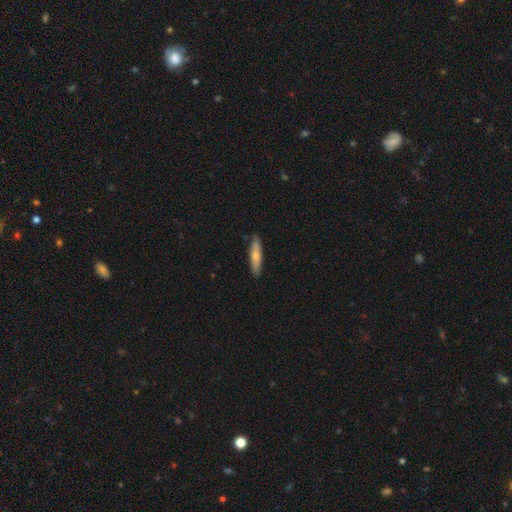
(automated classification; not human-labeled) Morphology: type=smooth (67%); roundness=cigar-shaped (81%); merging=none (86%).